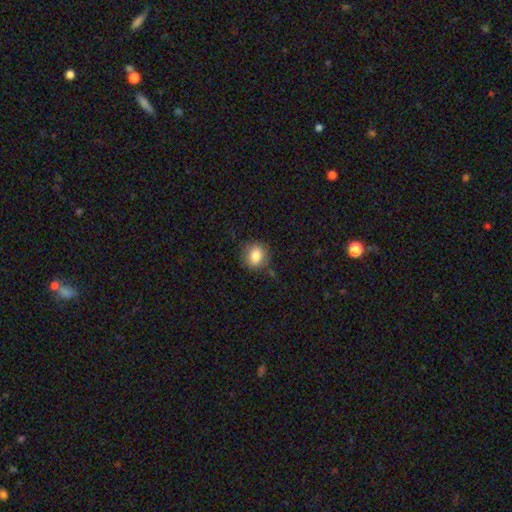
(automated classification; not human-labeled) smooth-or-featured: smooth: 83% | star or artifact: 9% | featured or disk: 8%
  how-rounded: round: 67% | in between: 32% | cigar-shaped: 1%
  merging: none: 80% | minor disturbance: 14% | major disturbance: 4% | merger: 2%